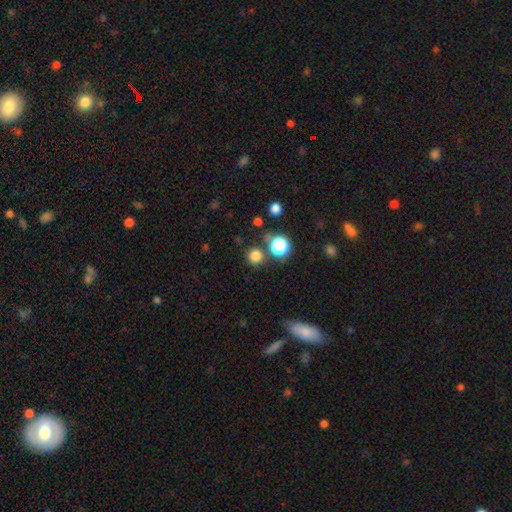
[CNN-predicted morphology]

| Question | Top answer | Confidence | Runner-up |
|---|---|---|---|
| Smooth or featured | smooth | 78% | star or artifact (18%) |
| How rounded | round | 94% | in between (5%) |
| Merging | none | 81% | merger (8%) |